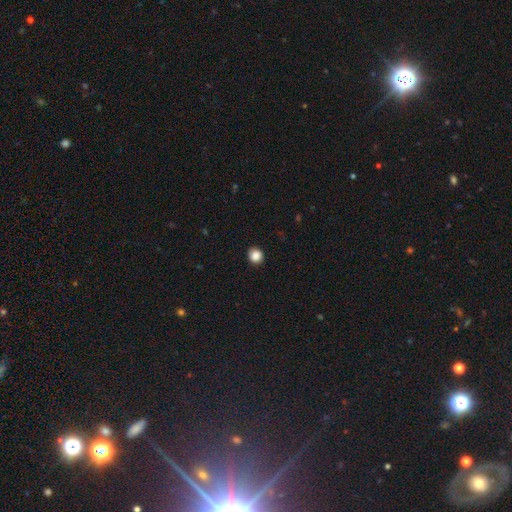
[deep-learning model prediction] Morphology: type=smooth (87%); roundness=round (88%); merging=none (91%).